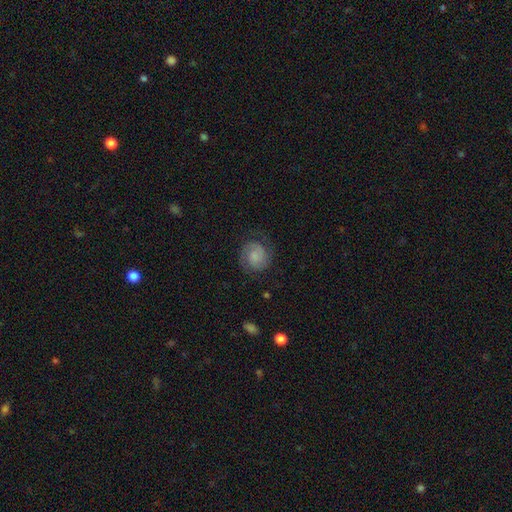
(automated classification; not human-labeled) A featured or disk galaxy (57%) with no bar (64%), 2 (79%) tight (48%) spiral arms (92%) and no central bulge (35%, tied with small).

Vote fractions:
- Smooth or featured? featured or disk: 57% / smooth: 34% / star or artifact: 9%
- Edge-on disk? no: 98% / yes: 2%
- Bar? no: 64% / weak: 30% / strong: 5%
- Spiral arms? yes: 92% / no: 8%
- Spiral winding? tight: 48% / medium: 39% / loose: 13%
- Spiral arm count? 2: 79% / can't tell: 10% / 1: 4% / 3: 4% / 4: 2% / more than 4: 1%
- Bulge size? none: 35% (tied) / small: 35% (tied) / moderate: 21% / large: 7% / dominant: 2%
- Merging? none: 74% / minor disturbance: 16% / major disturbance: 9% / merger: 1%